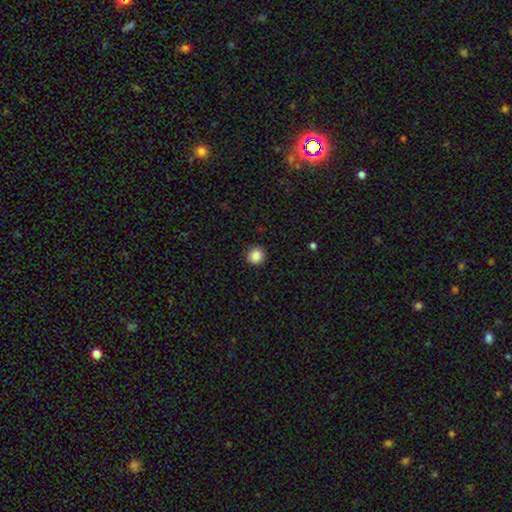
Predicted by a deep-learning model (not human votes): Smooth or featured?
  - smooth: 88% *
  - star or artifact: 9%
  - featured or disk: 3%
How rounded?
  - round: 91% *
  - in between: 8%
  - cigar-shaped: 1%
Merging?
  - none: 91% *
  - minor disturbance: 6%
  - major disturbance: 2%
  - merger: 1%